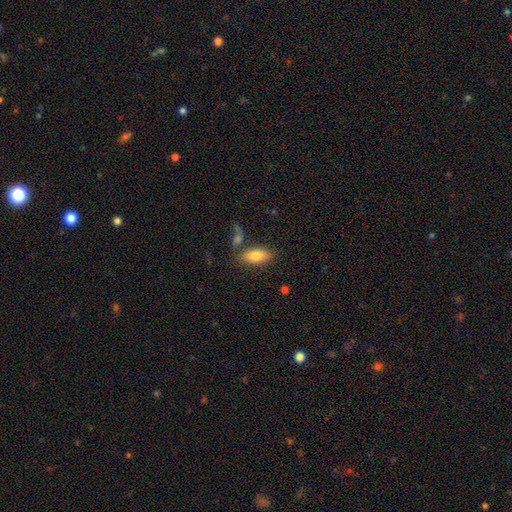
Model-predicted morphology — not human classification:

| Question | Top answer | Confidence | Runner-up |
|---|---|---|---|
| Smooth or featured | smooth | 80% | featured or disk (13%) |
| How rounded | in between | 84% | cigar-shaped (13%) |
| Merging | none | 73% | minor disturbance (14%) |